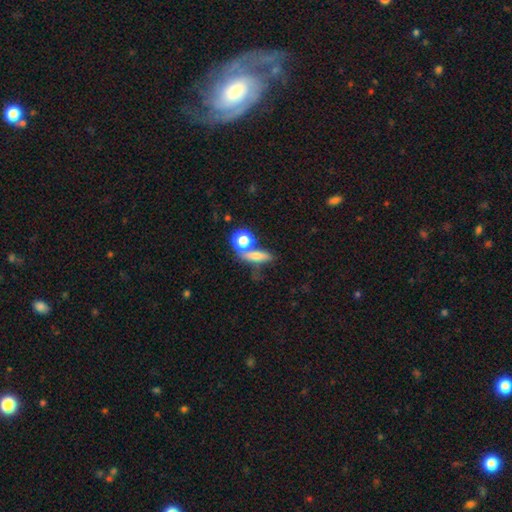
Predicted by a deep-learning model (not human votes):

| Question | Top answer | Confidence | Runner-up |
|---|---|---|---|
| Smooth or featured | smooth | 65% | featured or disk (20%) |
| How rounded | cigar-shaped | 46% | in between (33%) |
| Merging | none | 53% | merger (24%) |